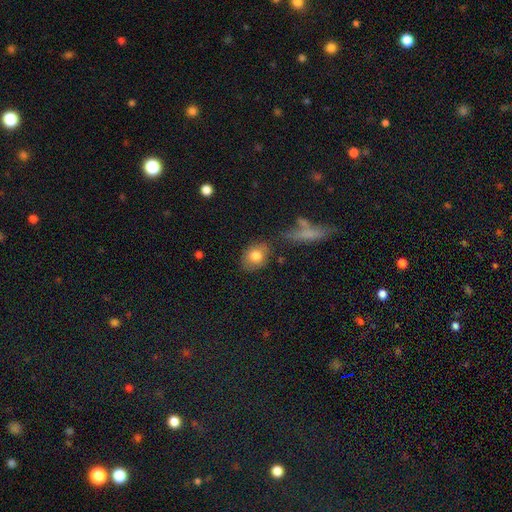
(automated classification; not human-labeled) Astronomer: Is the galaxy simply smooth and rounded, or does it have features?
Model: smooth — 80%.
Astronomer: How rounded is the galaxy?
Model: in between — 56% (runner-up: round, 42%).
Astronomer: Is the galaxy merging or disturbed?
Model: none — 73%.